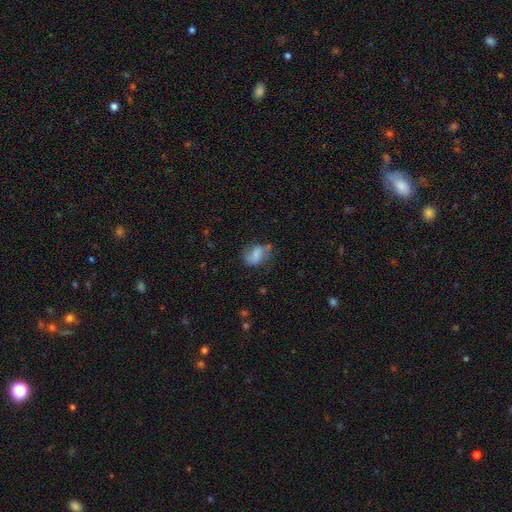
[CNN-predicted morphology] This is likely a smooth galaxy (64%). How rounded: likely in between (77%). Merging: possibly none (50%).